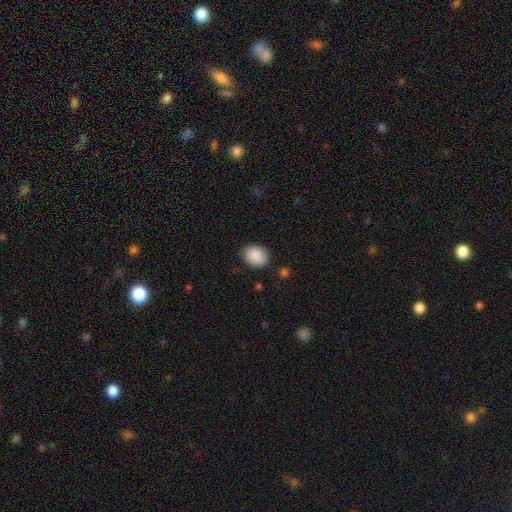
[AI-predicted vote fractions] Smooth or featured?
  - smooth: 89% *
  - star or artifact: 7%
  - featured or disk: 4%
How rounded?
  - round: 50% *
  - in between: 49%
  - cigar-shaped: 1%
Merging?
  - none: 83% *
  - minor disturbance: 13%
  - major disturbance: 3%
  - merger: 2%